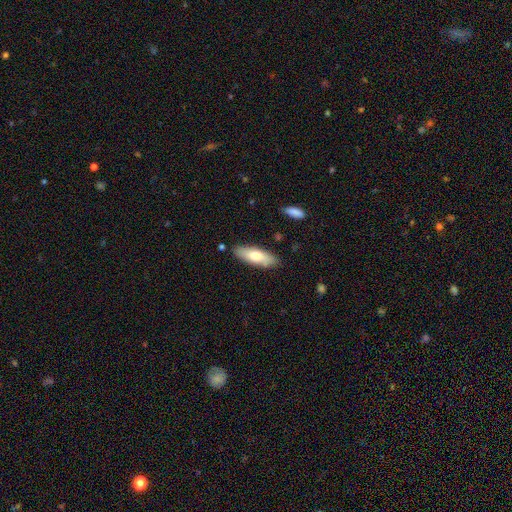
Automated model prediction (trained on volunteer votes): A smooth galaxy with no disk features (70%) that is in between round and cigar-shaped (61%). Merging: none (86%).